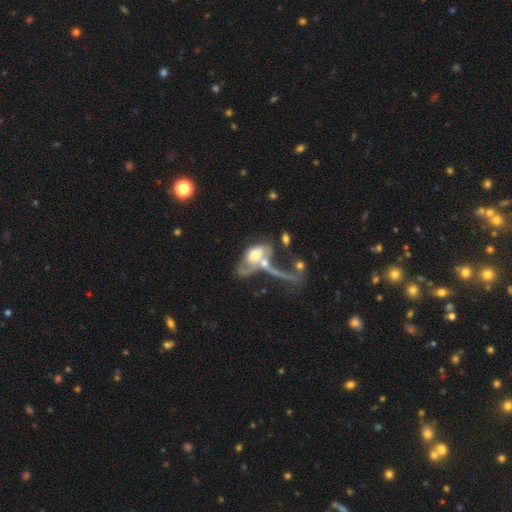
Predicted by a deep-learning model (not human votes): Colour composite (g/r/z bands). It shows a featured or disk galaxy (51%). Merging: merger (58%).